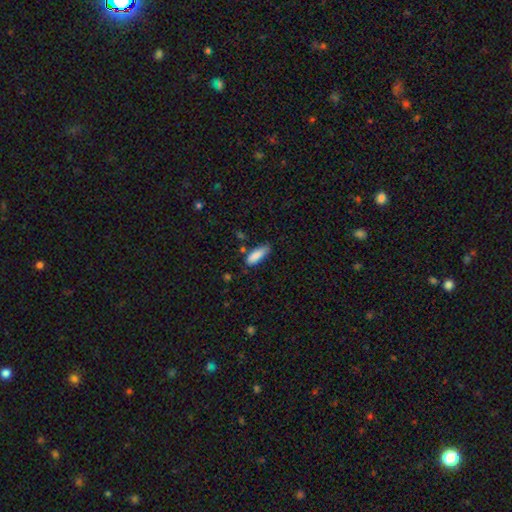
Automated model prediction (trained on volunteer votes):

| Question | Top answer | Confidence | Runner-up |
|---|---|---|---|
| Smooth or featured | smooth | 86% | featured or disk (7%) |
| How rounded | in between | 63% | cigar-shaped (35%) |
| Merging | none | 64% | minor disturbance (27%) |